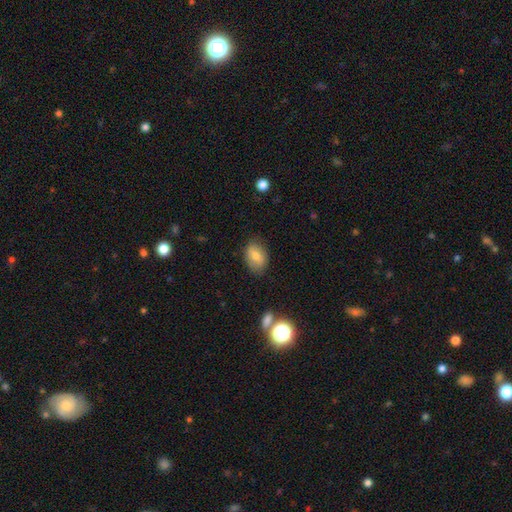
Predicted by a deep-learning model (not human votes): This is likely a smooth galaxy (75%). How rounded: clearly in between (82%). Merging: likely none (78%).